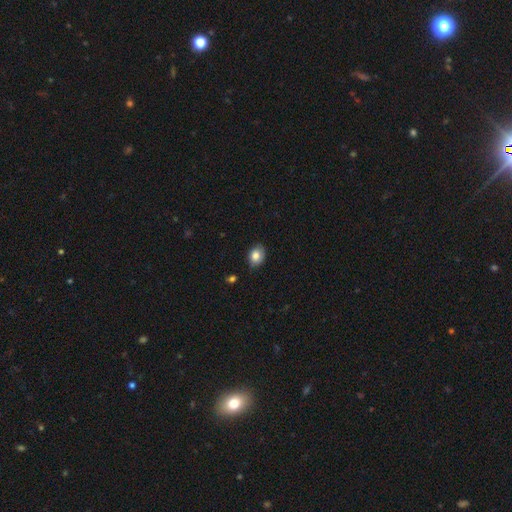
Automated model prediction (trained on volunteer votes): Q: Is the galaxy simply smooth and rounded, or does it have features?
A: smooth — 84%.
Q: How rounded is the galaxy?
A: in between — 64%.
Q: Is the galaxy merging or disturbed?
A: none — 81%.